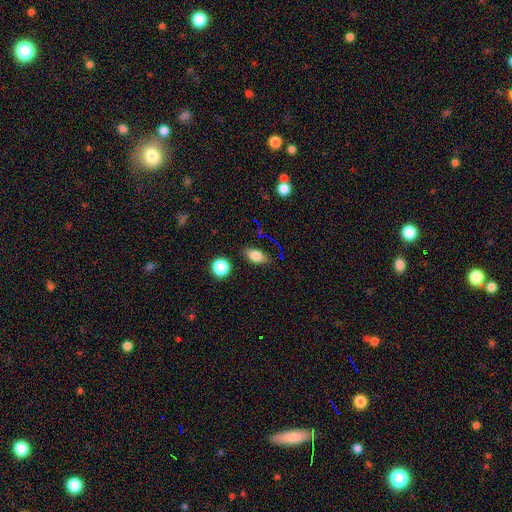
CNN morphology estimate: Overall: smooth (77%). How rounded: in between (80%). Merging: none (82%).